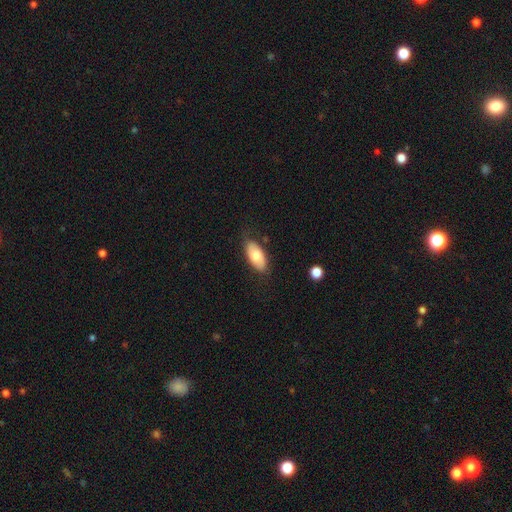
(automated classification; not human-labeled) A smooth galaxy with no disk features (72%) that is in between round and cigar-shaped (93%).

Vote fractions:
- Smooth or featured? smooth: 72% / featured or disk: 22% / star or artifact: 6%
- How rounded? in between: 93% / cigar-shaped: 5% / round: 3%
- Merging? none: 78% / minor disturbance: 16% / major disturbance: 4% / merger: 2%